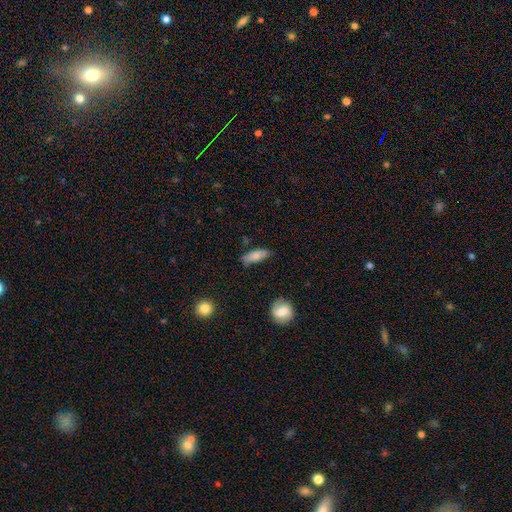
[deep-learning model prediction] Smooth or featured: smooth — 75% (featured or disk — 18%)
How rounded: in between — 69% (cigar-shaped — 28%)
Merging: none — 74% (minor disturbance — 20%)